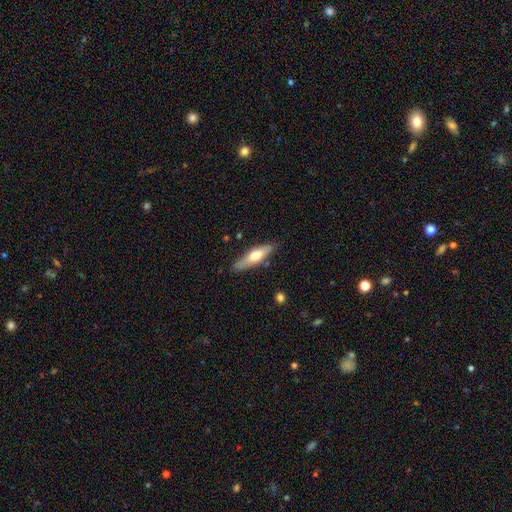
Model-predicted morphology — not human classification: smooth-or-featured: smooth: 53% | featured or disk: 42% | star or artifact: 5%
  how-rounded: cigar-shaped: 66% | in between: 32% | round: 2%
  merging: none: 82% | minor disturbance: 13% | major disturbance: 3% | merger: 2%